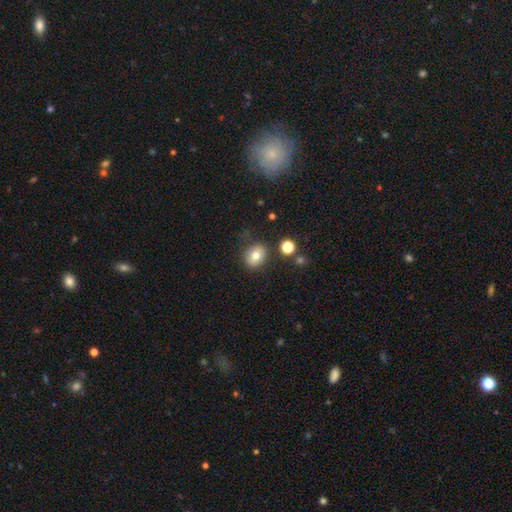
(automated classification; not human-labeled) This appears to be a smooth galaxy with no disk features (74%) that is round (57%). Merging: none (80%).